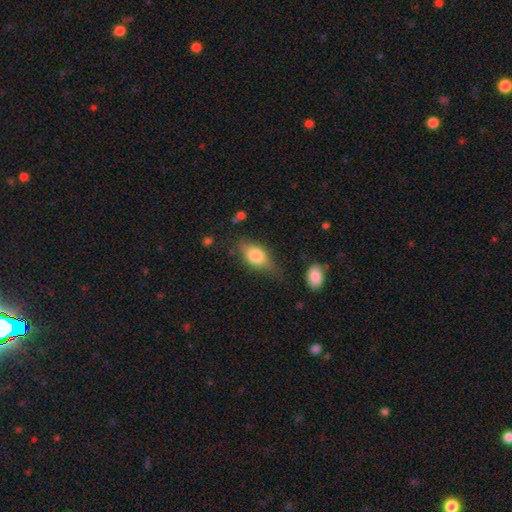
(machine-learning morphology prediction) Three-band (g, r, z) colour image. It shows a smooth galaxy with no disk features (71%) that is in between round and cigar-shaped (82%). Merging: none (57%).